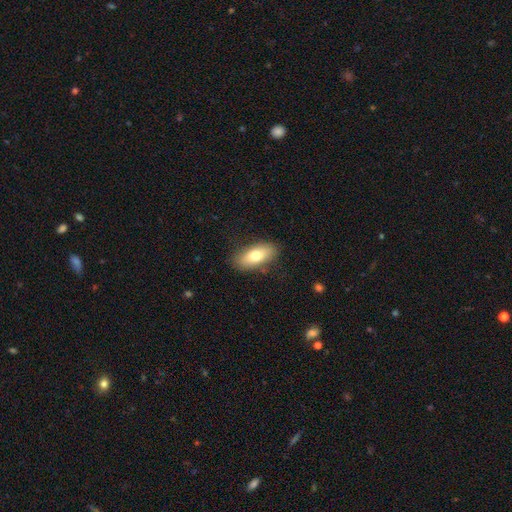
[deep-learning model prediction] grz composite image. It shows a smooth galaxy with no disk features (74%) that is in between round and cigar-shaped (84%). Merging: none (83%).